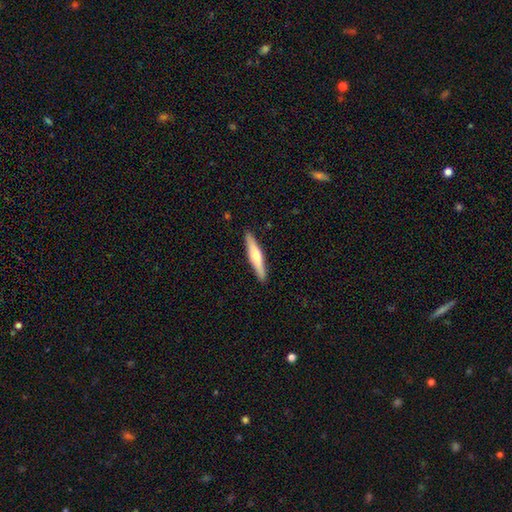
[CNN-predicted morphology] The model was most divided on "smooth or featured": featured or disk: 48%, smooth: 47%, star or artifact: 5%. More confident: merging — none (91%).